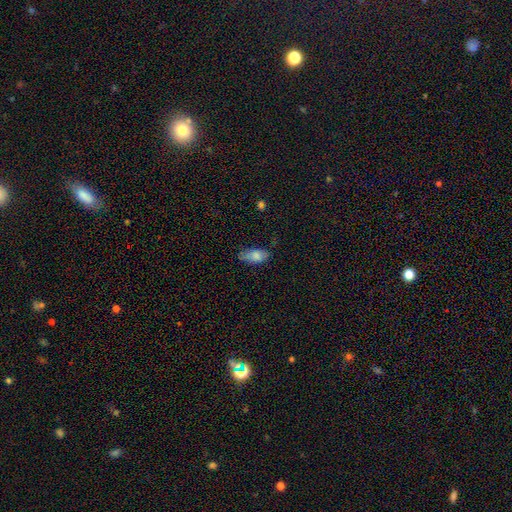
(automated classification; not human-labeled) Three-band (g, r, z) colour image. It shows a smooth galaxy with no disk features (83%) that is in between round and cigar-shaped (89%). Merging: none (65%).